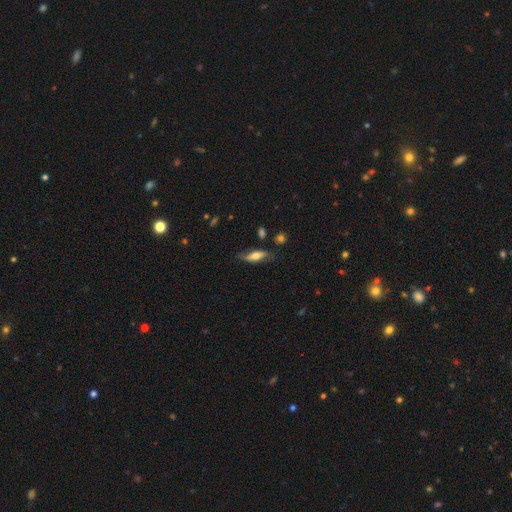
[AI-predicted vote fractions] Morphology: type=smooth (52%); roundness=in between (58%); merging=none (63%).